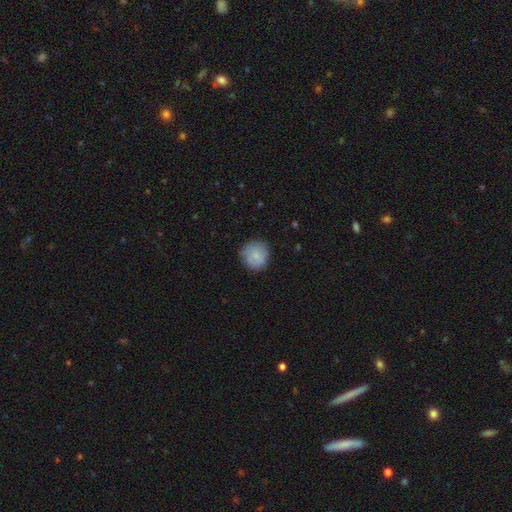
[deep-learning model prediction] Overall: smooth (80%). How rounded: round (91%). Merging: none (78%).